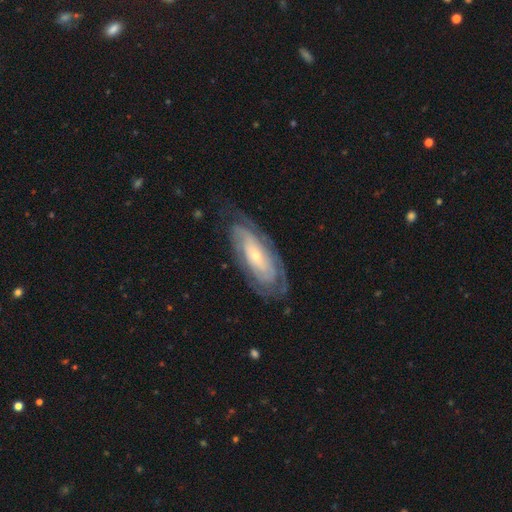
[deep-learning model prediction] smooth_or_featured: featured or disk (p=0.79) [alt: smooth p=0.15]
disk_edge_on: no (p=0.88) [alt: yes p=0.12]
bar: no (p=0.67) [alt: weak p=0.22]
has_spiral_arms: yes (p=0.89) [alt: no p=0.11]
spiral_winding: tight (p=0.71) [alt: medium p=0.22]
spiral_arm_count: can't tell (p=0.49) [alt: 2 p=0.26]
bulge_size: small (p=0.74) [alt: moderate p=0.21]
merging: none (p=0.71) [alt: minor disturbance p=0.19]